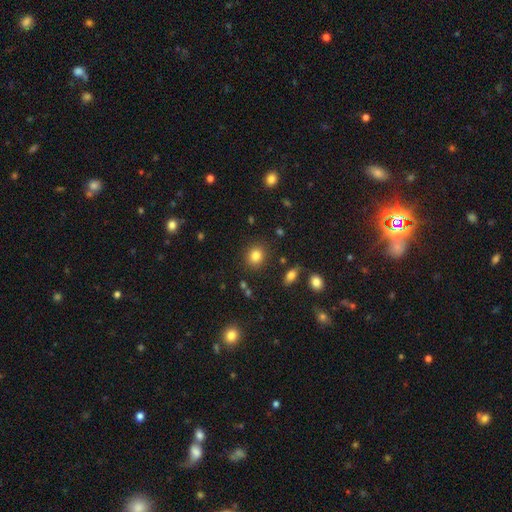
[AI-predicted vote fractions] This appears to be a smooth galaxy with no disk features (83%) that is round (74%). Merging: none (87%).